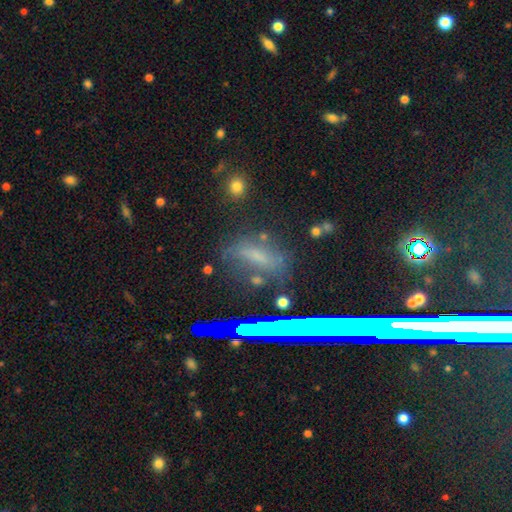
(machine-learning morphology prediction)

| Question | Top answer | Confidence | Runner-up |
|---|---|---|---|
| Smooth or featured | smooth | 50% | star or artifact (30%) |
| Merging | none | 72% | minor disturbance (17%) |